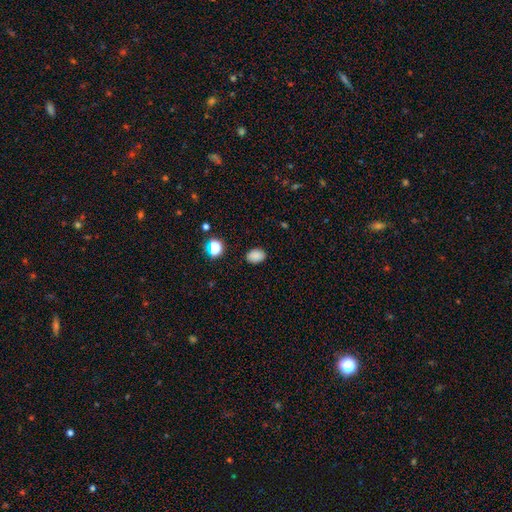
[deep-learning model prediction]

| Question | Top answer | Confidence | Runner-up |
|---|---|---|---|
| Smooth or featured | smooth | 84% | star or artifact (12%) |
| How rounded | in between | 73% | round (26%) |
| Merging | none | 86% | minor disturbance (10%) |